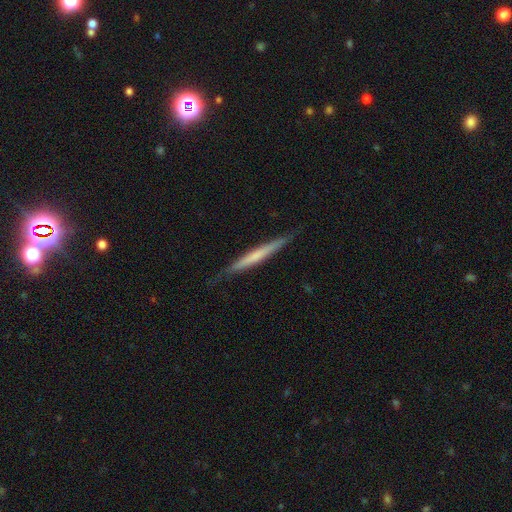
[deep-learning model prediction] Smooth or featured? Predicted: smooth (p=0.48). Merging? Predicted: none (p=0.84).